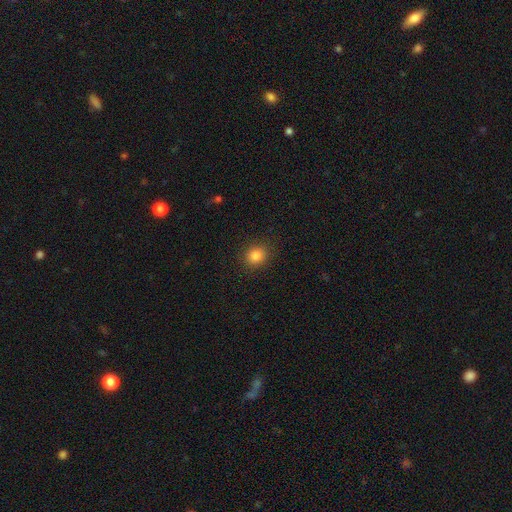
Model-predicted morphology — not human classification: smooth-or-featured: smooth: 84% | star or artifact: 11% | featured or disk: 5%
  how-rounded: round: 79% | in between: 20% | cigar-shaped: 1%
  merging: none: 90% | minor disturbance: 7% | major disturbance: 2% | merger: 1%